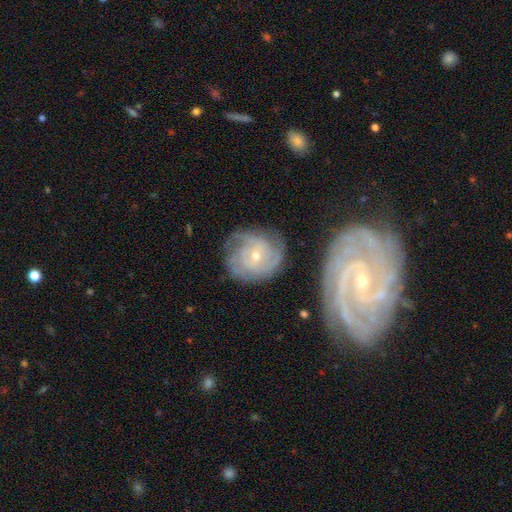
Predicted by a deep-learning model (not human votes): Q: Smooth or featured?
A: featured or disk (78%); runner-up: smooth (16%)
Q: Edge-on disk?
A: no (97%); runner-up: yes (3%)
Q: Bar?
A: no (70%); runner-up: weak (25%)
Q: Spiral arms?
A: yes (91%); runner-up: no (9%)
Q: Spiral winding?
A: tight (63%); runner-up: medium (28%)
Q: Spiral arm count?
A: can't tell (37%); runner-up: 3 (24%)
Q: Bulge size?
A: small (64%); runner-up: moderate (33%)
Q: Merging?
A: none (63%); runner-up: minor disturbance (21%)